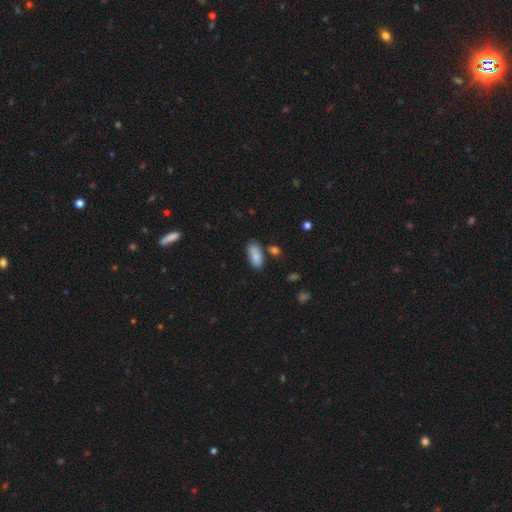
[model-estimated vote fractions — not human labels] Smooth or featured?
  - smooth: 87% *
  - star or artifact: 7%
  - featured or disk: 6%
How rounded?
  - in between: 87% *
  - cigar-shaped: 10%
  - round: 2%
Merging?
  - none: 67% *
  - minor disturbance: 21%
  - merger: 8%
  - major disturbance: 5%